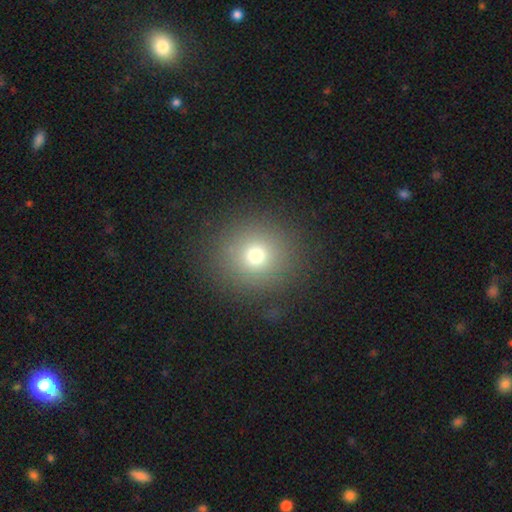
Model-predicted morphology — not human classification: The model was most divided on "smooth or featured": smooth: 70%, star or artifact: 19%, featured or disk: 11%. More confident: how rounded — round (91%); merging — none (86%).